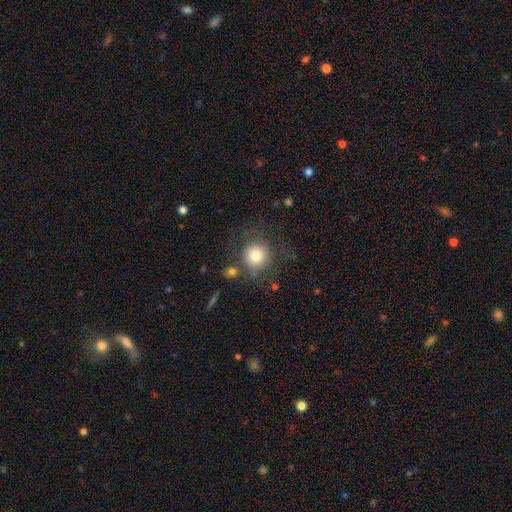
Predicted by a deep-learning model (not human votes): A smooth galaxy with no disk features (79%) that is round (92%). Merging: none (70%).